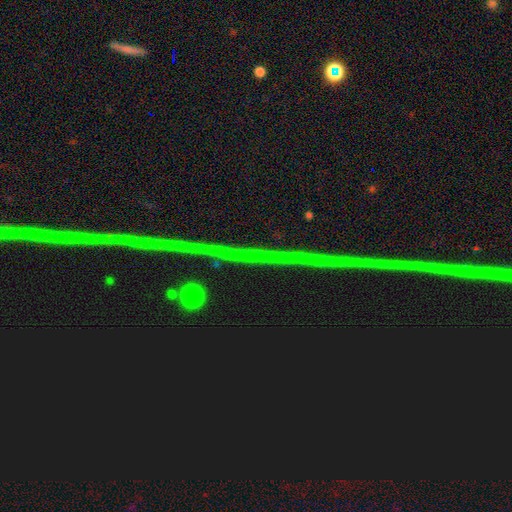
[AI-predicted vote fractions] The model was most divided on "smooth or featured": star or artifact: 88%, featured or disk: 7%, smooth: 5%.